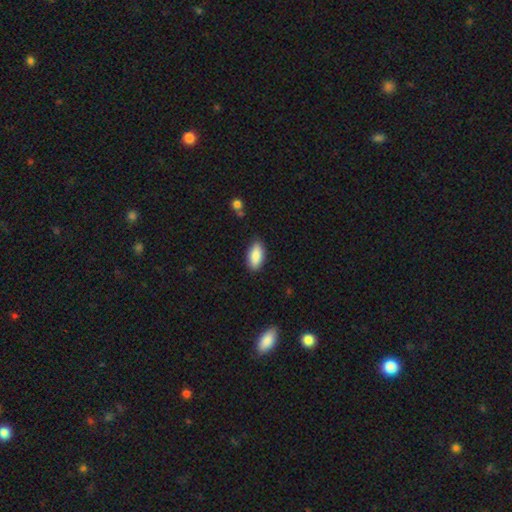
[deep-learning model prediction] smooth 86%, featured or disk 8%, star or artifact 6%. Down the decision tree: how rounded — in between (90%); merging — none (86%).